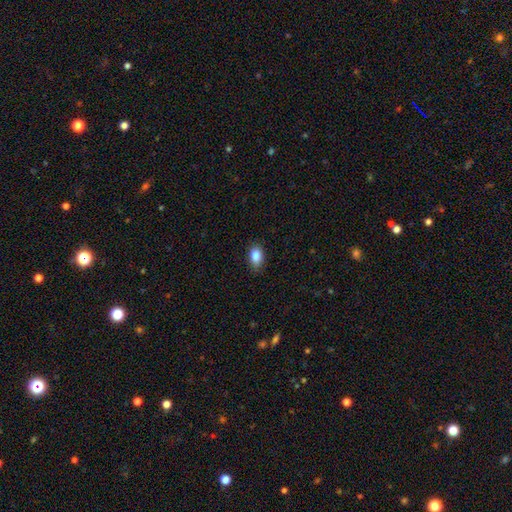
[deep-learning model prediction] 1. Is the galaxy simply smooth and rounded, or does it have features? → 87% smooth, 8% star or artifact, 5% featured or disk.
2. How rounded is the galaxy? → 87% in between, 11% round, 2% cigar-shaped.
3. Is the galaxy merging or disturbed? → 83% none, 14% minor disturbance, 2% major disturbance, 1% merger.